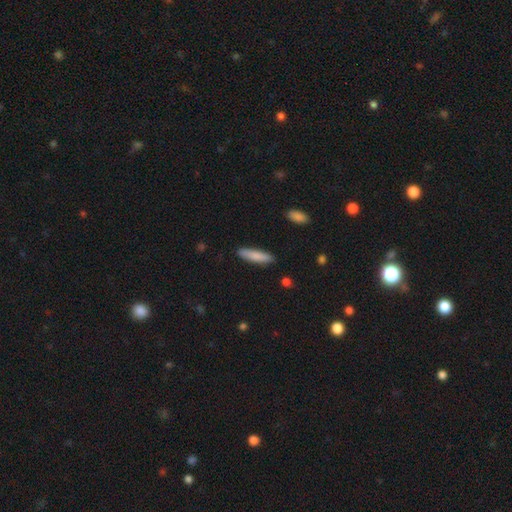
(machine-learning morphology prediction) Smooth or featured?
  - smooth: 83% *
  - featured or disk: 11%
  - star or artifact: 6%
How rounded?
  - cigar-shaped: 79% *
  - in between: 20%
  - round: 1%
Merging?
  - none: 89% *
  - minor disturbance: 8%
  - major disturbance: 2%
  - merger: 1%